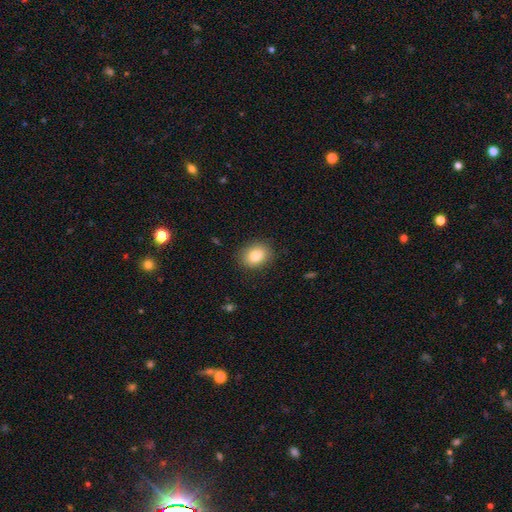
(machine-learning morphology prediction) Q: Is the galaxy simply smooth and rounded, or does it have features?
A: smooth — 83%.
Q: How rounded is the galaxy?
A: in between — 60%.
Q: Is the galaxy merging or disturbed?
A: none — 86%.